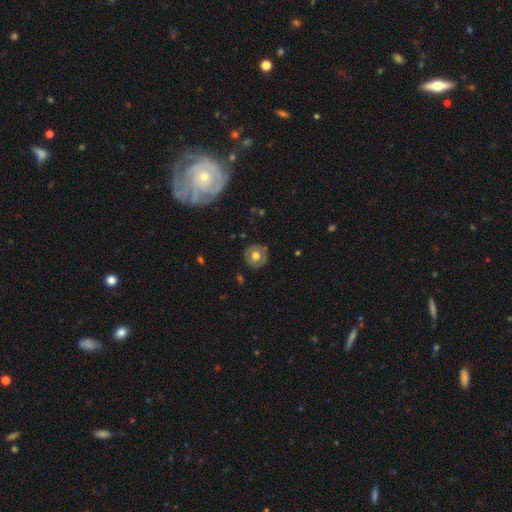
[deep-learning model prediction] Smooth or featured: smooth — 55% (featured or disk — 38%)
How rounded: round — 91% (in between — 8%)
Merging: none — 85% (minor disturbance — 10%)